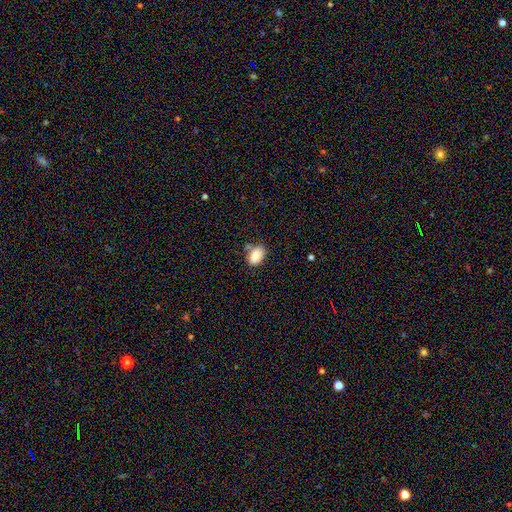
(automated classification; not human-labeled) Morphology: type=smooth (86%); roundness=in between (87%); merging=none (72%).